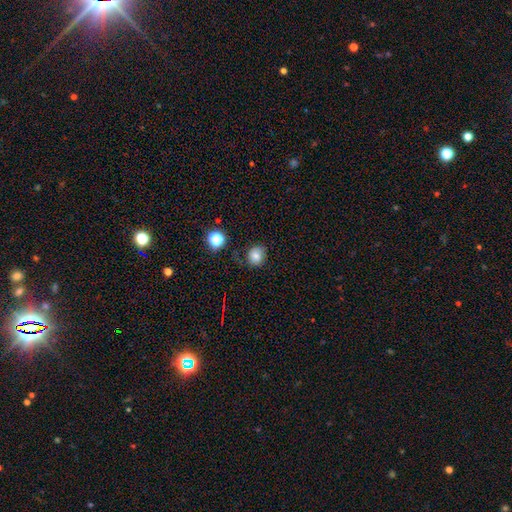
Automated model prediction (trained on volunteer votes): This appears to be a smooth galaxy with no disk features (77%) that is round (77%). Merging: none (71%).